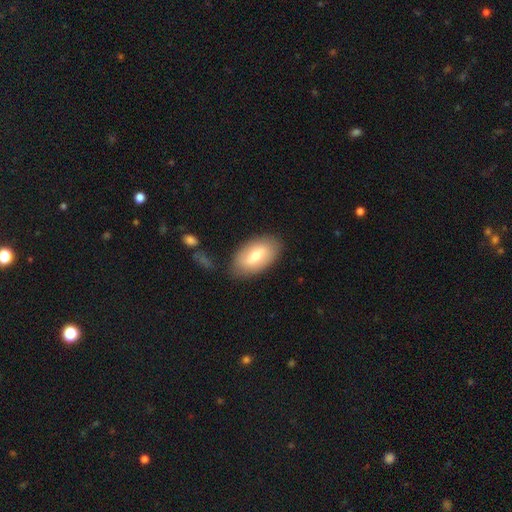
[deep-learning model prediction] Morphology: type=smooth (58%); roundness=in between (93%); merging=none (81%).